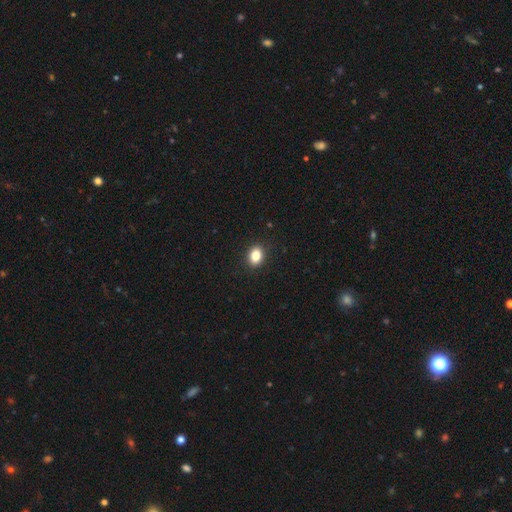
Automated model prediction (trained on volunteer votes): Q: Smooth or featured?
A: smooth (84%); runner-up: star or artifact (10%)
Q: How rounded?
A: in between (65%); runner-up: round (33%)
Q: Merging?
A: none (90%); runner-up: minor disturbance (7%)